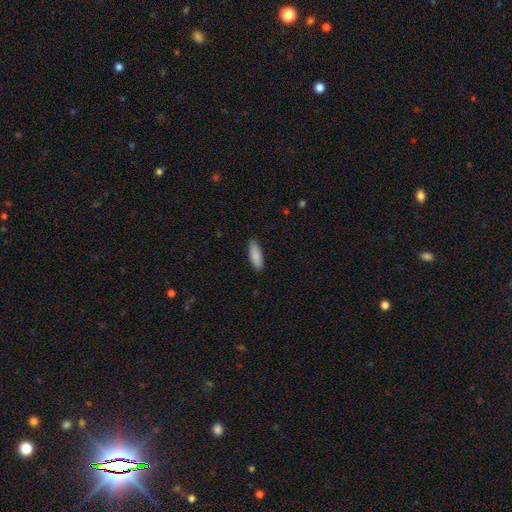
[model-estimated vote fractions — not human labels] This is clearly a smooth galaxy (89%). How rounded: possibly in between (60%). Merging: clearly none (87%).